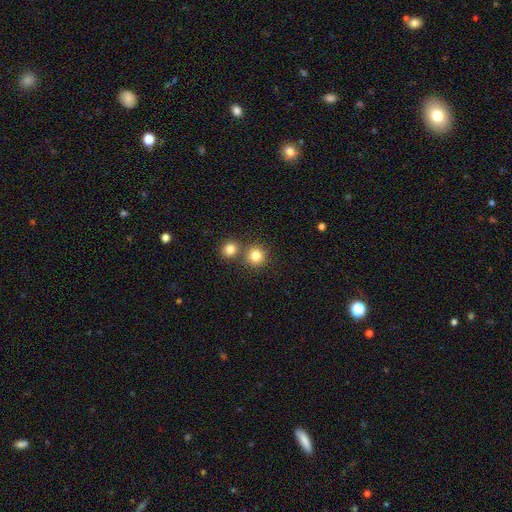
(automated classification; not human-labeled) This is clearly a smooth galaxy (81%). How rounded: clearly round (92%). Merging: likely none (67%).